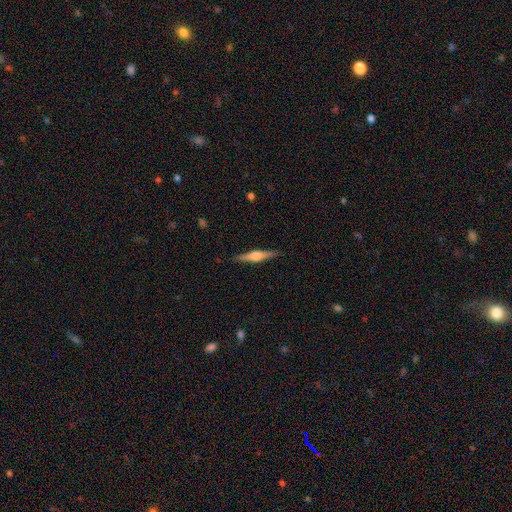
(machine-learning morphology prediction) smooth_or_featured: featured or disk (p=0.67) [alt: smooth p=0.27]
disk_edge_on: yes (p=0.98) [alt: no p=0.02]
edge_on_bulge: rounded (p=0.82) [alt: boxy p=0.14]
merging: none (p=0.89) [alt: minor disturbance p=0.08]